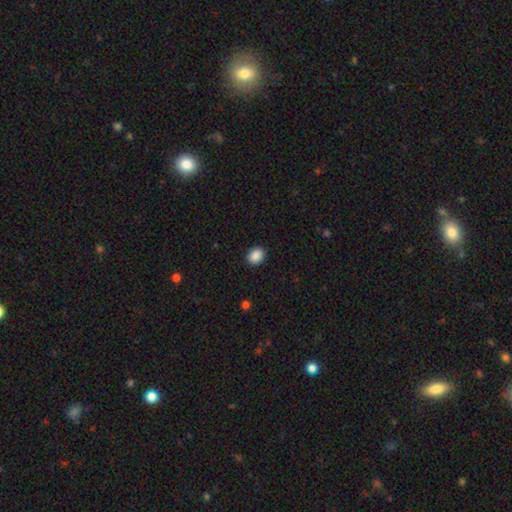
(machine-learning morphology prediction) Q: Smooth or featured?
A: smooth (88%); runner-up: star or artifact (8%)
Q: How rounded?
A: round (59%); runner-up: in between (40%)
Q: Merging?
A: none (90%); runner-up: minor disturbance (7%)